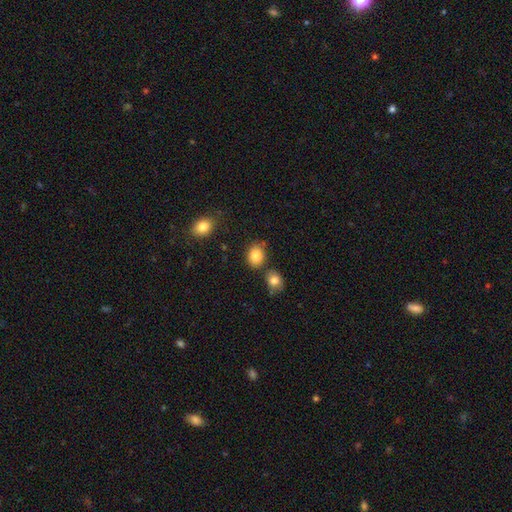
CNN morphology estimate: Q: Smooth or featured?
A: smooth (85%); runner-up: star or artifact (9%)
Q: How rounded?
A: in between (50%); runner-up: round (49%)
Q: Merging?
A: none (76%); runner-up: minor disturbance (12%)